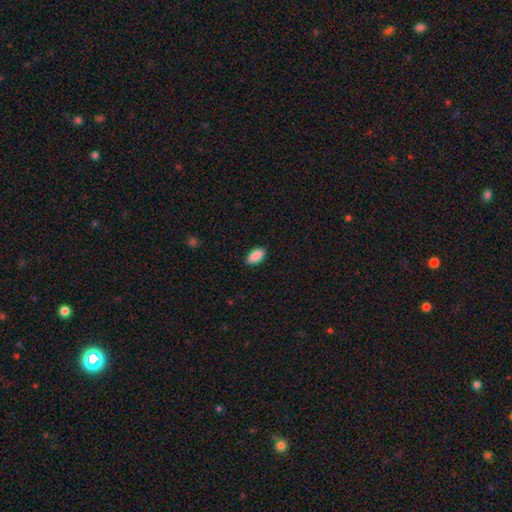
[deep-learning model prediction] Smooth or featured: smooth — 89% (star or artifact — 7%)
How rounded: in between — 92% (cigar-shaped — 5%)
Merging: none — 86% (minor disturbance — 11%)